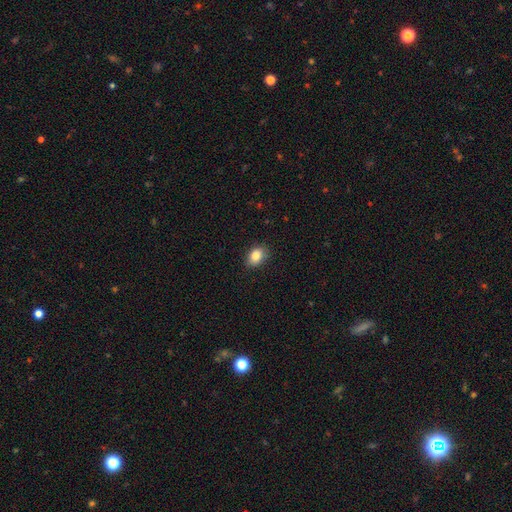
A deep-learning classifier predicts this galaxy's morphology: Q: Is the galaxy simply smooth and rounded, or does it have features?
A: smooth — 85%.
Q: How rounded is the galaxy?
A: in between — 77%.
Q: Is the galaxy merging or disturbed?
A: none — 83%.